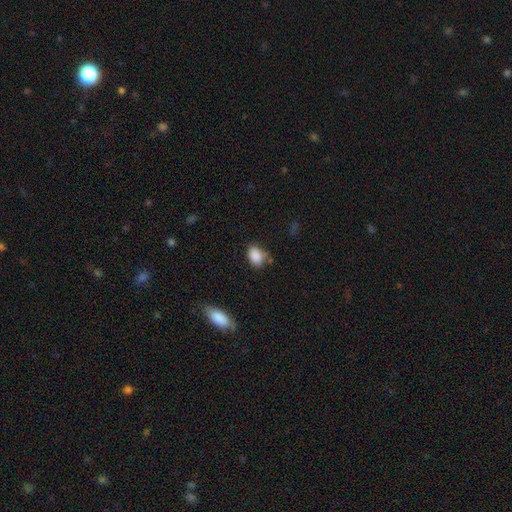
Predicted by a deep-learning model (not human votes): A smooth galaxy with no disk features (87%) that is in between round and cigar-shaped (79%).

Vote fractions:
- Smooth or featured? smooth: 87% / star or artifact: 9% / featured or disk: 5%
- How rounded? in between: 79% / round: 20% / cigar-shaped: 1%
- Merging? none: 63% / minor disturbance: 24% / merger: 7% / major disturbance: 6%